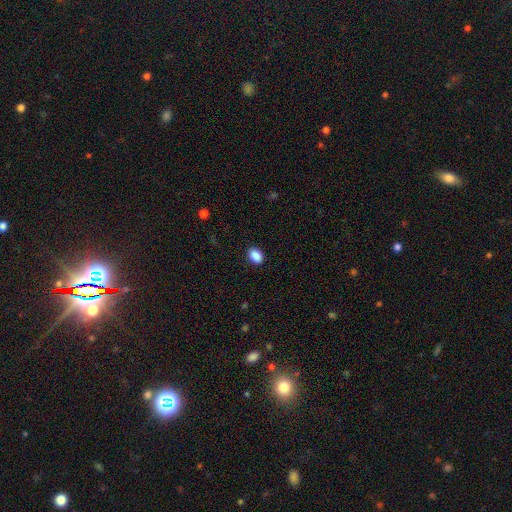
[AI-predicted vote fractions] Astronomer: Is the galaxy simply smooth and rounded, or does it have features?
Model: smooth — 89%.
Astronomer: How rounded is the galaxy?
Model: in between — 78%.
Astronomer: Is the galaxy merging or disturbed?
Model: none — 90%.